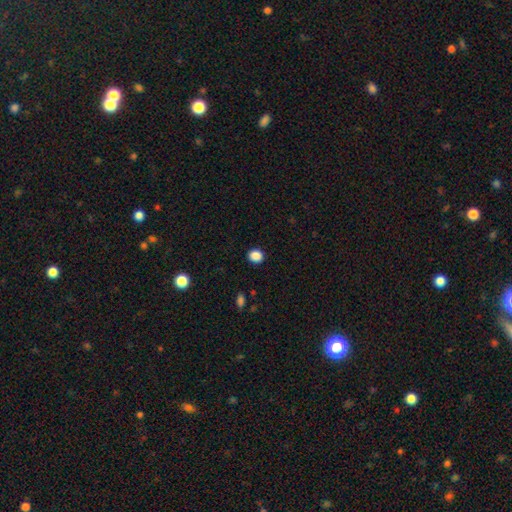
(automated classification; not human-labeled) A smooth galaxy with no disk features (87%) that is round (78%). Merging: none (91%).